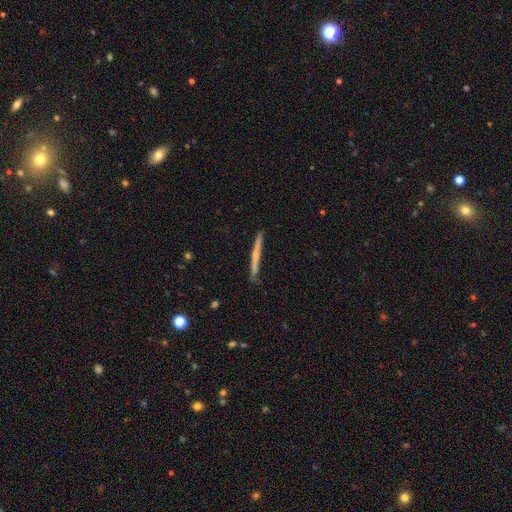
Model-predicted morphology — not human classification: A featured or disk galaxy (59%) viewed edge-on (97%) with a rounded central bulge (53%).

Vote fractions:
- Smooth or featured? featured or disk: 59% / smooth: 35% / star or artifact: 6%
- Edge-on disk? yes: 97% / no: 3%
- Edge-on bulge? rounded: 53% / none: 42% / boxy: 5%
- Merging? none: 87% / minor disturbance: 10% / major disturbance: 2% / merger: 1%